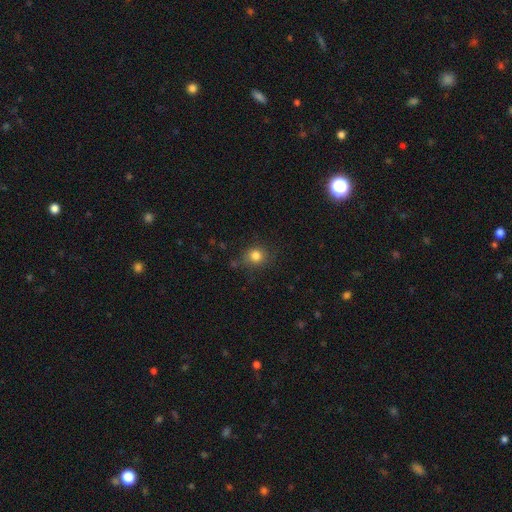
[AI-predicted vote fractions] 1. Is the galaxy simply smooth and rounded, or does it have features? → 82% smooth, 12% star or artifact, 6% featured or disk.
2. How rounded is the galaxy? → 81% round, 18% in between, 1% cigar-shaped.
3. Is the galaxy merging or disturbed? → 80% none, 14% minor disturbance, 4% major disturbance, 2% merger.